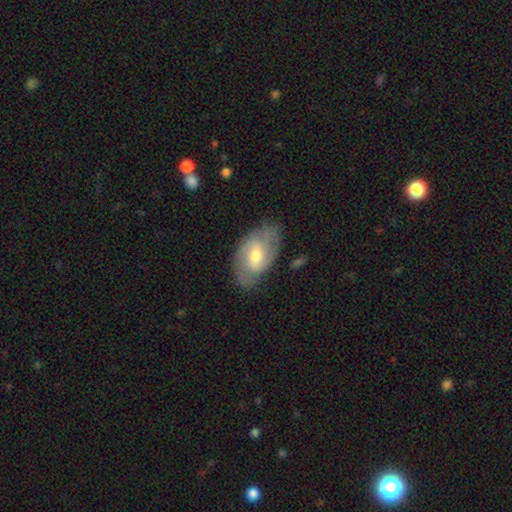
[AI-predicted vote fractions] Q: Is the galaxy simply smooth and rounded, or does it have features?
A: featured or disk — 61%.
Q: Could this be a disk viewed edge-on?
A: no — 94%.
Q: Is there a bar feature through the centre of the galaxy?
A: weak — 47%.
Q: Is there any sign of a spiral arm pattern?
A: yes — 80%.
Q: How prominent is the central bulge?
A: moderate — 64%.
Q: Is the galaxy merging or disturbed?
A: none — 70%.